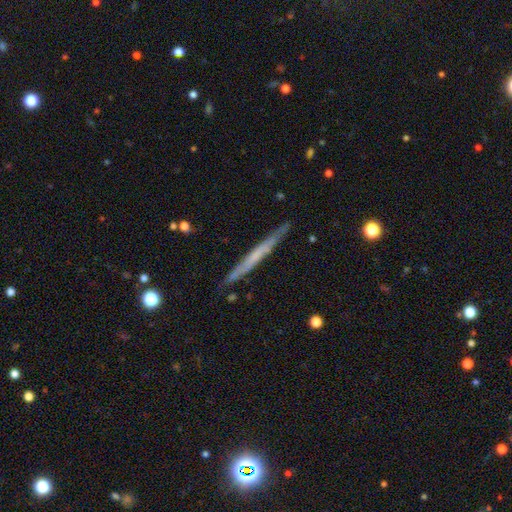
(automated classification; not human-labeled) Overall: featured or disk (53%; smooth 41%). Edge-on disk: yes (96%). Edge-on bulge: none (81%). Merging: none (88%).